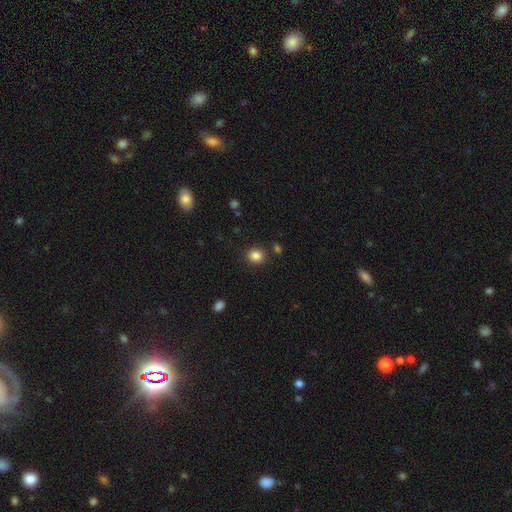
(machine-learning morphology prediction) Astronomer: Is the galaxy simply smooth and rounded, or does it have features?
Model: smooth — 85%.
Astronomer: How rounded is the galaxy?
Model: round — 82%.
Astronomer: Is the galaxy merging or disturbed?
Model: none — 86%.